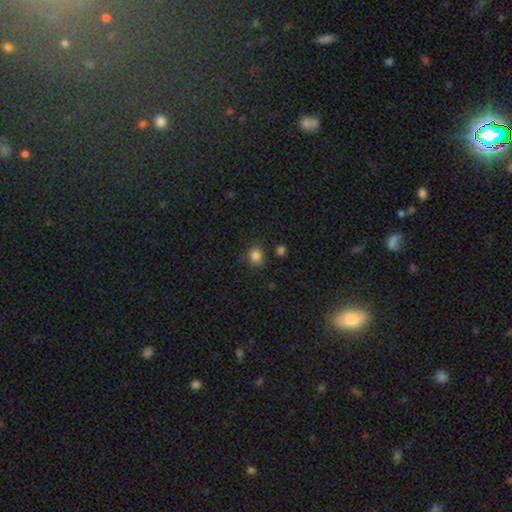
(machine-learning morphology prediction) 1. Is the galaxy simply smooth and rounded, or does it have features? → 83% smooth, 12% star or artifact, 4% featured or disk.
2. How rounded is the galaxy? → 76% round, 23% in between, 1% cigar-shaped.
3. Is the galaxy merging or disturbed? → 76% none, 15% minor disturbance, 5% major disturbance, 4% merger.